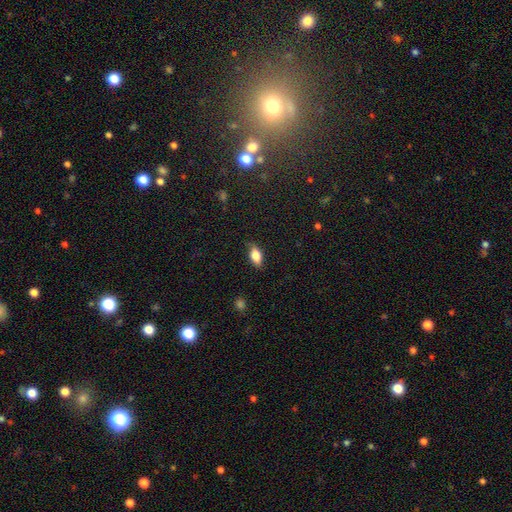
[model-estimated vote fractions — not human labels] Smooth or featured? Predicted: smooth (p=0.78). How rounded? Predicted: in between (p=0.86). Merging? Predicted: none (p=0.79).